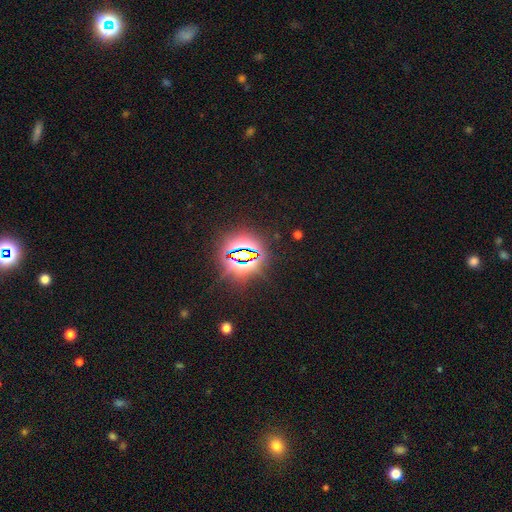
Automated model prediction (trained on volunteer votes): Smooth or featured? Predicted: star or artifact (p=0.81).